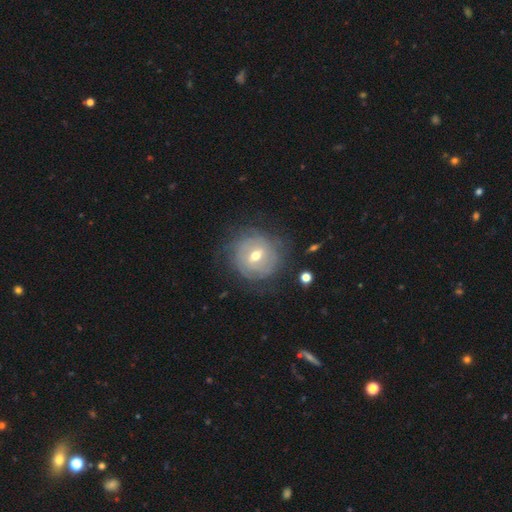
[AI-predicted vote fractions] This appears to be a featured or disk galaxy (64%) with a weak bar (52%), spiral arms (72%) and a moderate central bulge (67%). Merging: none (71%).